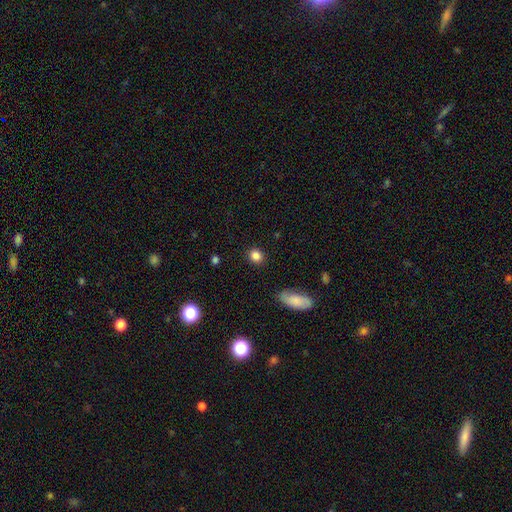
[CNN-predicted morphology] This appears to be a smooth galaxy with no disk features (85%) that is round (78%). Merging: none (89%).